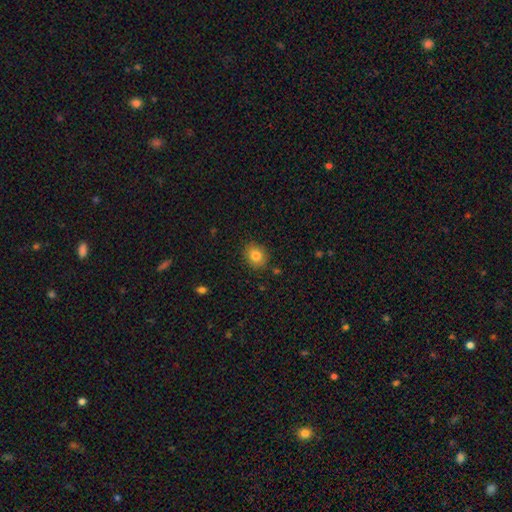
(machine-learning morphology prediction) Smooth or featured? Predicted: smooth (p=0.82). How rounded? Predicted: round (p=0.62). Merging? Predicted: none (p=0.88).